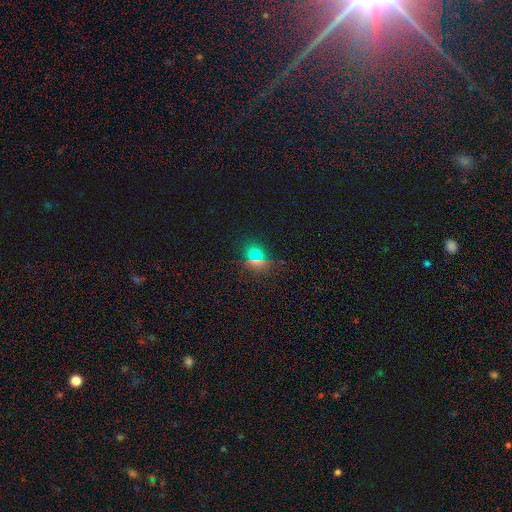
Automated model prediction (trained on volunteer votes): Smooth or featured: smooth — 62% (star or artifact — 31%)
How rounded: round — 63% (in between — 33%)
Merging: none — 79% (minor disturbance — 11%)